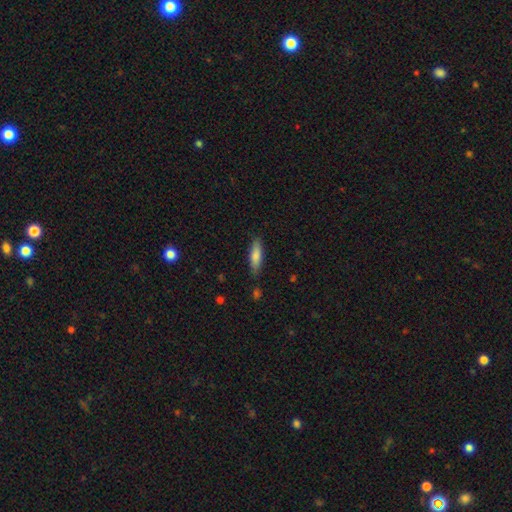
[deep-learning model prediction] This is likely a smooth galaxy (80%). How rounded: possibly cigar-shaped (57%). Merging: clearly none (82%).